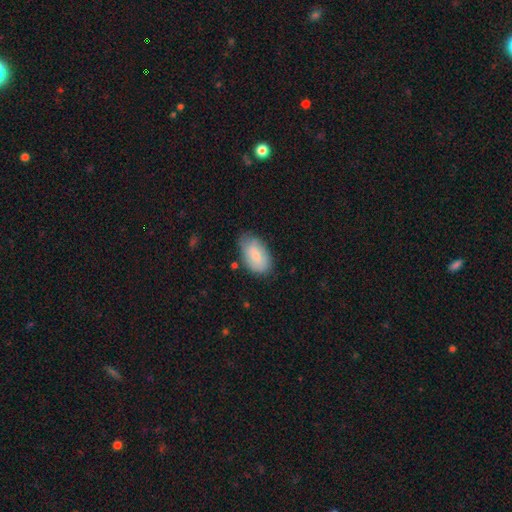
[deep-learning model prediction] Smooth or featured: smooth — 78% (featured or disk — 16%)
How rounded: in between — 94% (round — 5%)
Merging: none — 65% (minor disturbance — 27%)